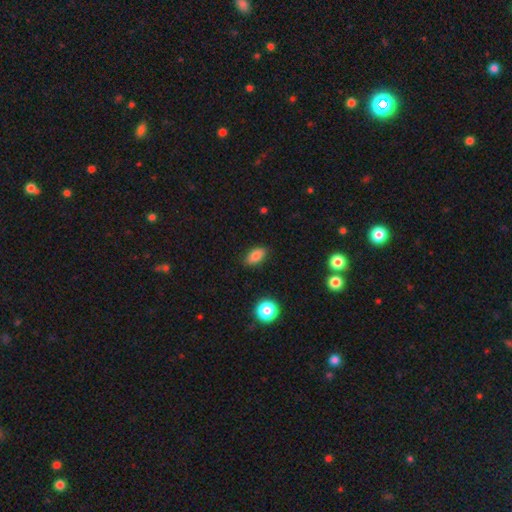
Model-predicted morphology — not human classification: The model was most divided on "smooth or featured": smooth: 84%, star or artifact: 9%, featured or disk: 7%. More confident: how rounded — in between (89%); merging — none (86%).